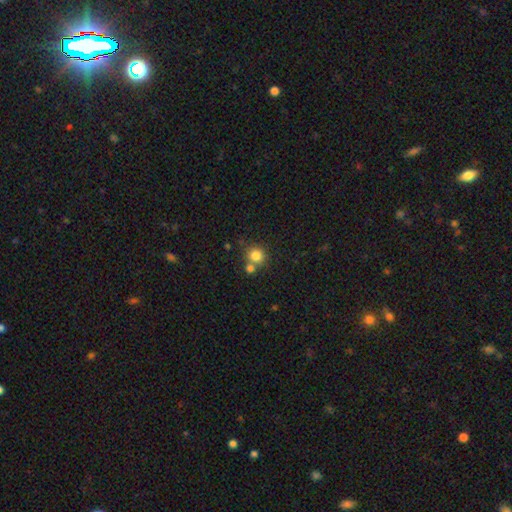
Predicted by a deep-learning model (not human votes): Smooth or featured? smooth (81%)
How rounded? round (88%)
Merging? none (61%)